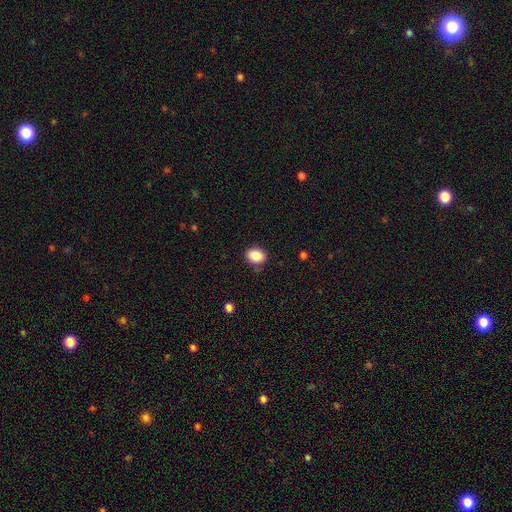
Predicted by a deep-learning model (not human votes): Smooth or featured: smooth — 87% (star or artifact — 8%)
How rounded: in between — 60% (round — 39%)
Merging: none — 82% (minor disturbance — 13%)